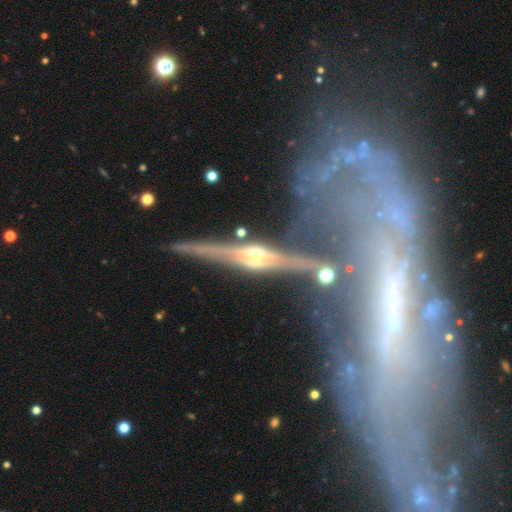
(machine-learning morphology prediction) smooth_or_featured: featured or disk (p=0.82) [alt: star or artifact p=0.09]
disk_edge_on: yes (p=0.89) [alt: no p=0.11]
edge_on_bulge: rounded (p=0.84) [alt: boxy p=0.10]
merging: none (p=0.66) [alt: minor disturbance p=0.16]